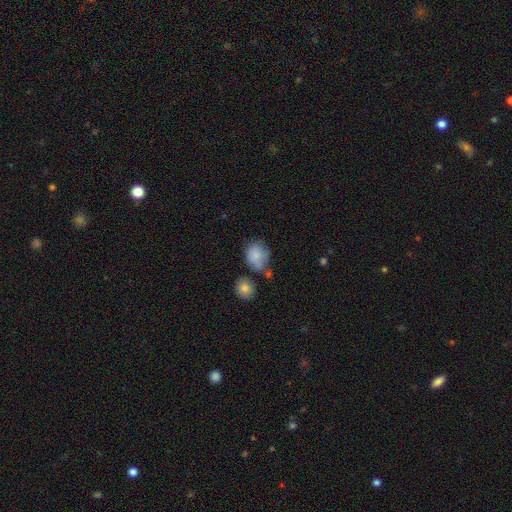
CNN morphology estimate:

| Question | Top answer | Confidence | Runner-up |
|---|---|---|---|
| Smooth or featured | smooth | 81% | featured or disk (11%) |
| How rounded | round | 56% | in between (43%) |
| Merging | none | 48% | minor disturbance (27%) |